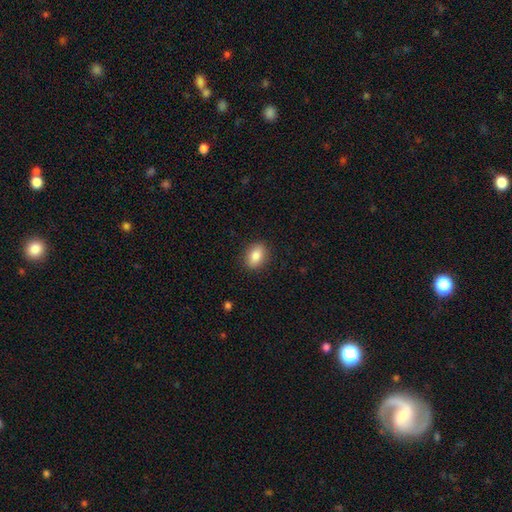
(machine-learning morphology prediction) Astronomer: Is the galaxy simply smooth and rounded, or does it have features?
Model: smooth — 84%.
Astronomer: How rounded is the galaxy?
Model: in between — 79%.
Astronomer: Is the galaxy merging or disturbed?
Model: none — 88%.